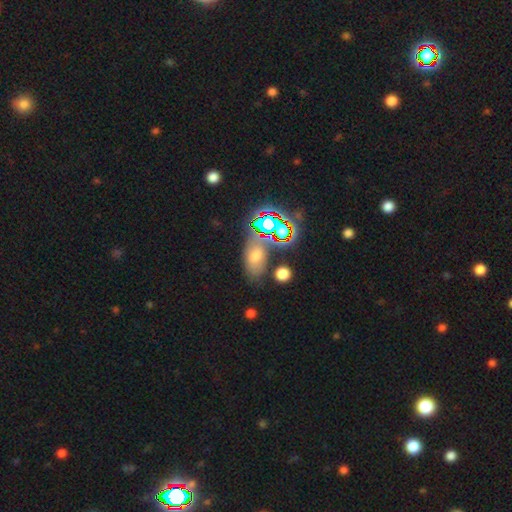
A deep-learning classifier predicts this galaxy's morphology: Smooth or featured?
  - smooth: 48% *
  - star or artifact: 36%
  - featured or disk: 17%
Merging?
  - none: 65% *
  - minor disturbance: 16%
  - merger: 11%
  - major disturbance: 8%